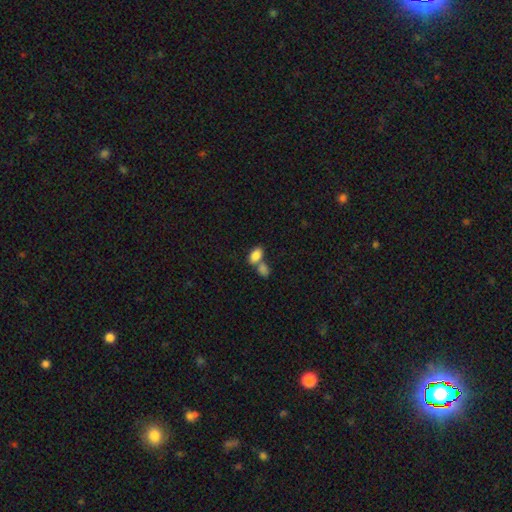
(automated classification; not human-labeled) Smooth or featured? smooth (84%)
How rounded? in between (90%)
Merging? merger (52%)